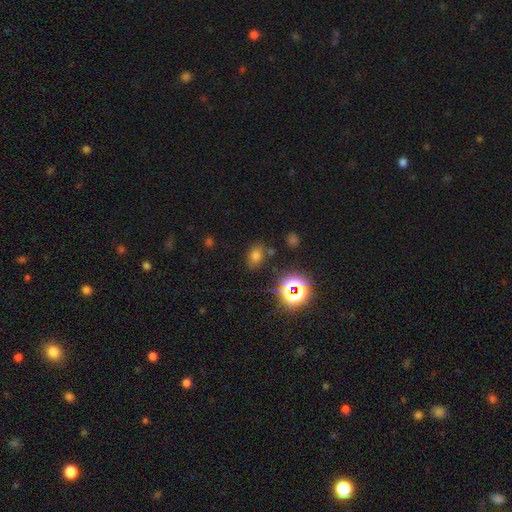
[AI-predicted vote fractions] A smooth galaxy with no disk features (63%) that is in between round and cigar-shaped (74%).

Vote fractions:
- Smooth or featured? smooth: 63% / star or artifact: 27% / featured or disk: 10%
- How rounded? in between: 74% / round: 25% / cigar-shaped: 1%
- Merging? none: 76% / minor disturbance: 14% / merger: 5% / major disturbance: 5%